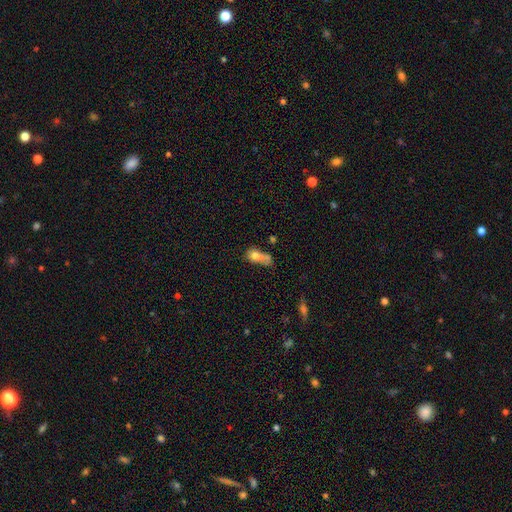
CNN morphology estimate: Q: Smooth or featured?
A: smooth (67%); runner-up: featured or disk (22%)
Q: How rounded?
A: in between (65%); runner-up: round (26%)
Q: Merging?
A: major disturbance (33%); runner-up: merger (25%)